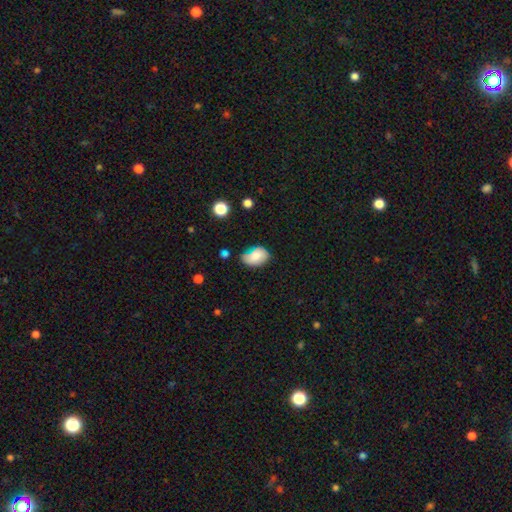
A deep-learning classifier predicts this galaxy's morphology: Q: Smooth or featured?
A: smooth (70%); runner-up: featured or disk (21%)
Q: How rounded?
A: in between (81%); runner-up: round (18%)
Q: Merging?
A: none (51%); runner-up: minor disturbance (35%)